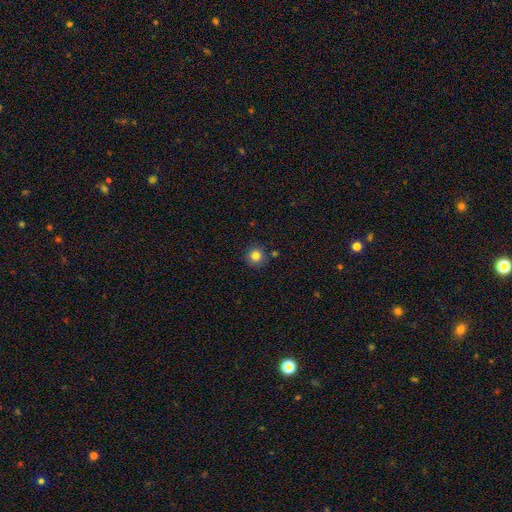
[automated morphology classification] Smooth or featured: smooth — 83% (star or artifact — 12%)
How rounded: round — 94% (in between — 5%)
Merging: none — 87% (minor disturbance — 7%)